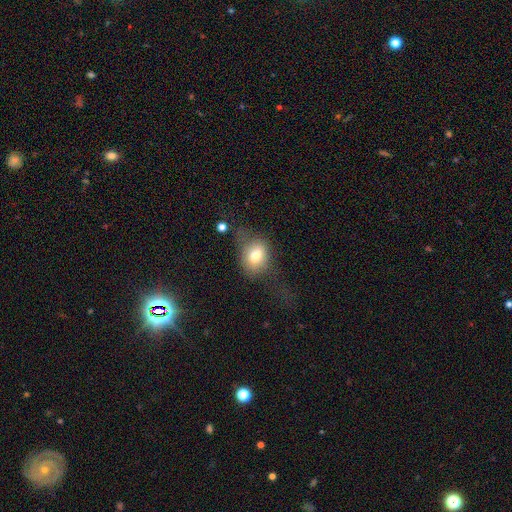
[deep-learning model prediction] Overall: smooth (73%). How rounded: in between (57%; round 42%). Merging: none (46%; major disturbance 26%).